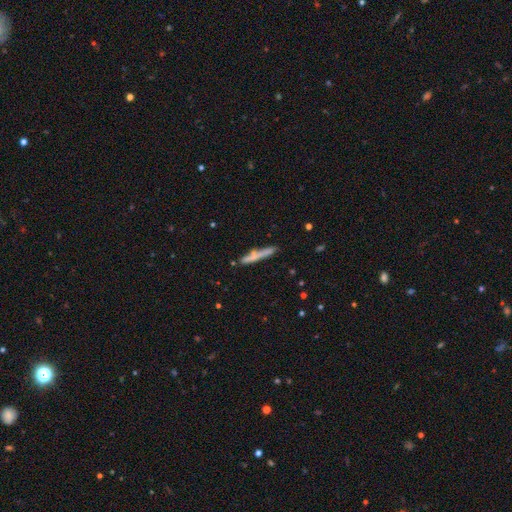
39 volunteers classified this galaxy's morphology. Volunteers were most divided on "smooth or featured": smooth: 59%, featured or disk: 38%, star or artifact: 3%. More confident: how rounded — cigar-shaped (96%); merging — none (82%).